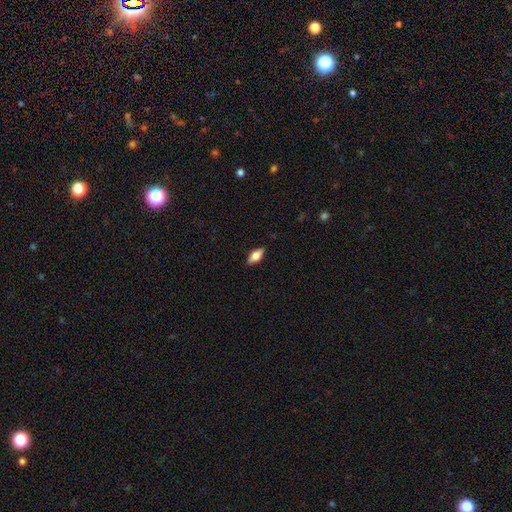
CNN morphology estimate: Smooth or featured? smooth (64%)
How rounded? in between (81%)
Merging? none (86%)